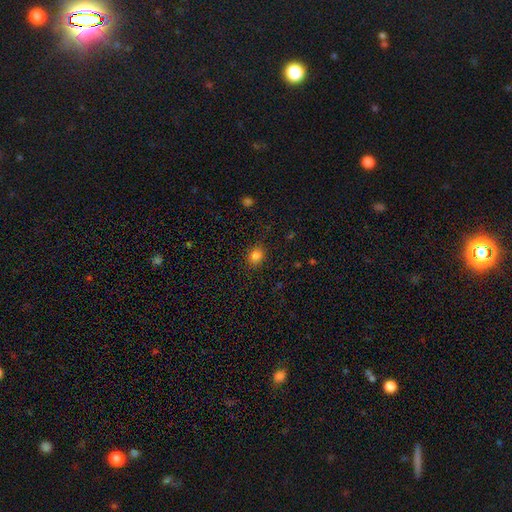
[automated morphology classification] This is clearly a smooth galaxy (83%). How rounded: likely round (62%). Merging: clearly none (88%).